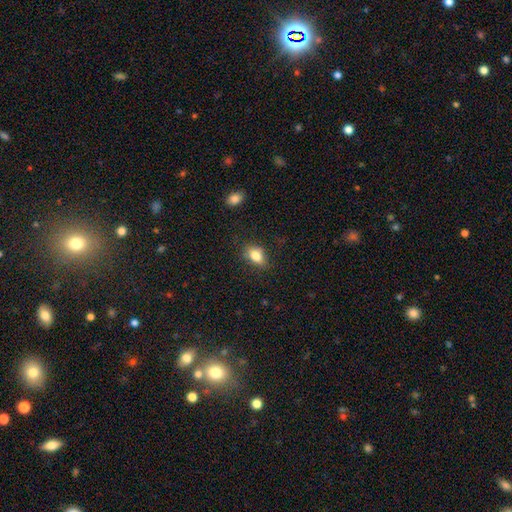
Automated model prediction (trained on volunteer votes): smooth-or-featured: smooth: 81% | featured or disk: 9% | star or artifact: 9%
  how-rounded: in between: 81% | round: 16% | cigar-shaped: 3%
  merging: none: 73% | minor disturbance: 19% | major disturbance: 5% | merger: 2%